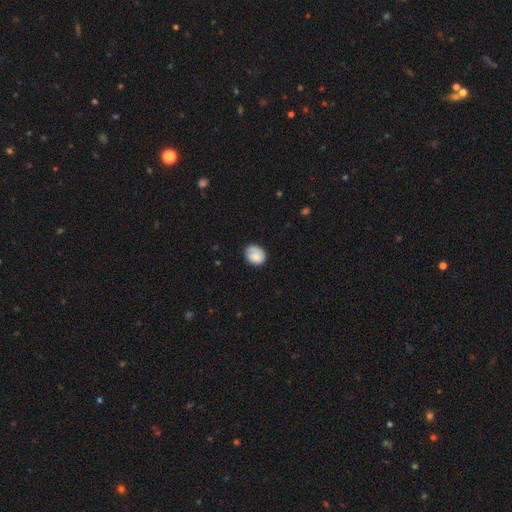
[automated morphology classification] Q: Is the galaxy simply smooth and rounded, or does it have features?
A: smooth — 82%.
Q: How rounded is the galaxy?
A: round — 61%.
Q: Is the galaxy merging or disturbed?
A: none — 72%.